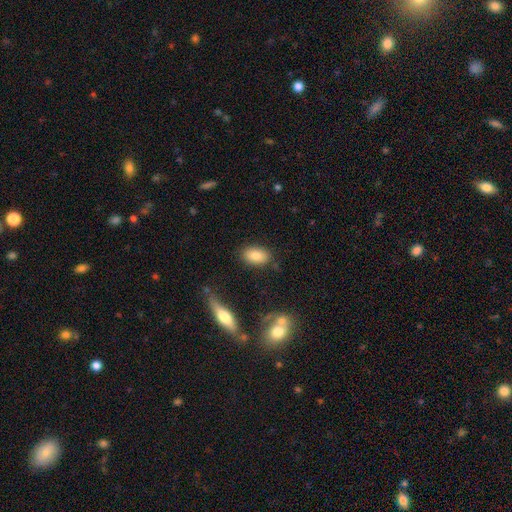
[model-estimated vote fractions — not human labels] Morphology: type=smooth (83%); roundness=in between (89%); merging=none (83%).